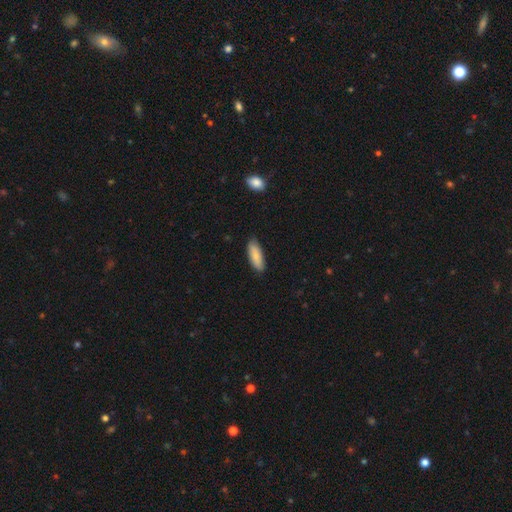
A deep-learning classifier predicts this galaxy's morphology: A smooth galaxy with no disk features (84%) that is in between round and cigar-shaped (67%).

Vote fractions:
- Smooth or featured? smooth: 84% / featured or disk: 10% / star or artifact: 6%
- How rounded? in between: 67% / cigar-shaped: 32% / round: 2%
- Merging? none: 85% / minor disturbance: 12% / major disturbance: 2% / merger: 1%